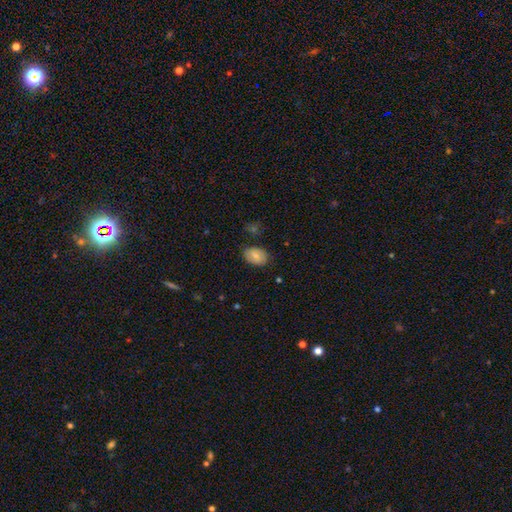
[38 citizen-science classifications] Morphology: type=smooth (47%, tied with featured or disk); roundness=in between (78%); merging=none (78%).